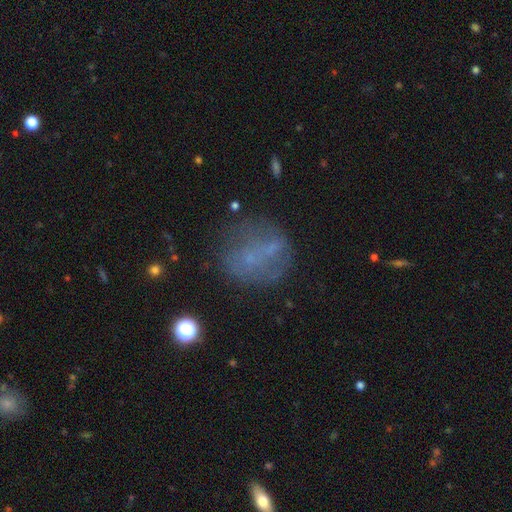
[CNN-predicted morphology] smooth-or-featured: smooth: 43% | featured or disk: 38% | star or artifact: 19%
  merging: none: 57% | minor disturbance: 20% | major disturbance: 15% | merger: 8%